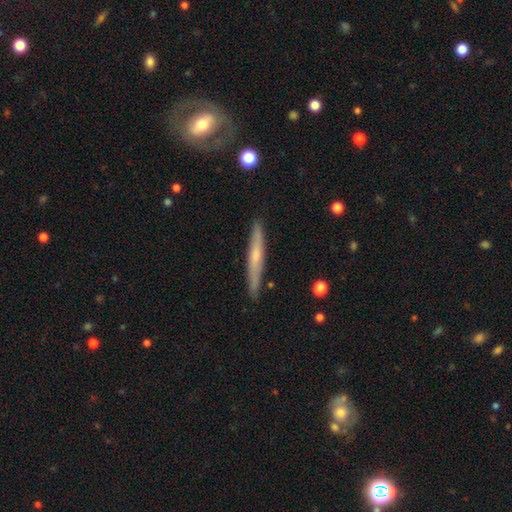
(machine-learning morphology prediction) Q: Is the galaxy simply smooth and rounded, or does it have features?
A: featured or disk — 53%.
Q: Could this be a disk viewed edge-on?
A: yes — 94%.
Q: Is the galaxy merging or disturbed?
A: none — 89%.